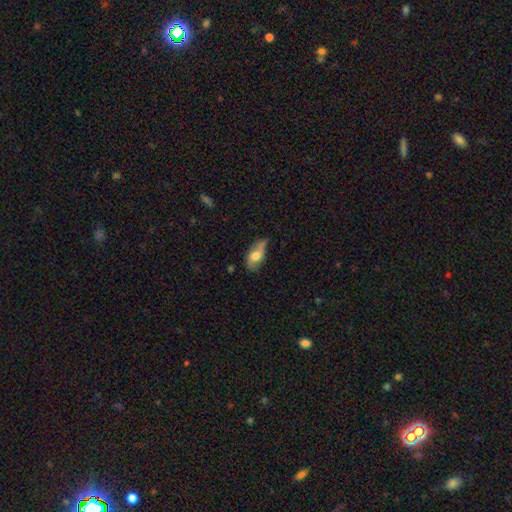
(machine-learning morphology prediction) smooth_or_featured: smooth (p=0.63) [alt: featured or disk p=0.30]
how_rounded: in between (p=0.87) [alt: cigar-shaped p=0.07]
merging: minor disturbance (p=0.40) [alt: none p=0.37]